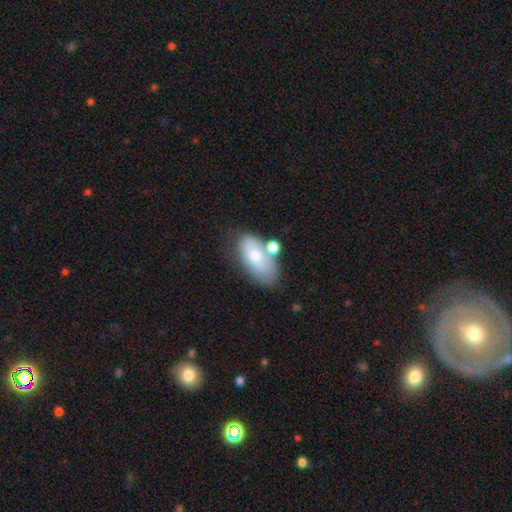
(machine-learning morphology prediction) Smooth or featured? smooth (68%)
How rounded? in between (91%)
Merging? none (50%)